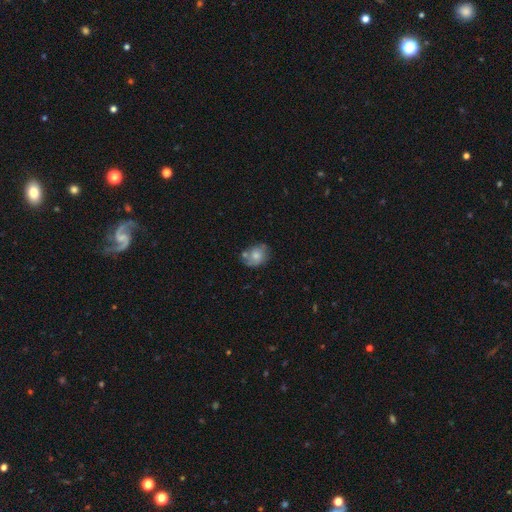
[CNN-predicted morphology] This appears to be a smooth galaxy with no disk features (62%) that is in between round and cigar-shaped (57%). Merging: none (50%).